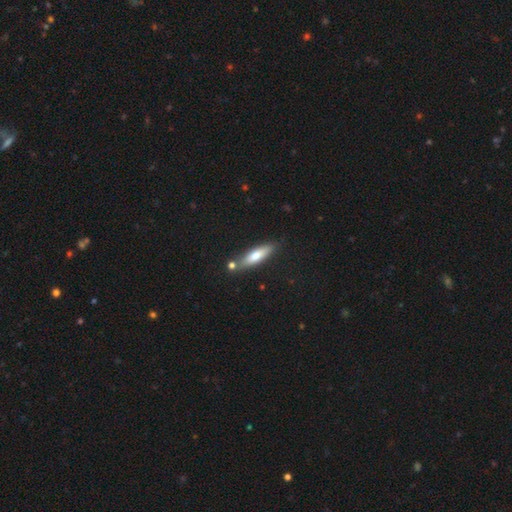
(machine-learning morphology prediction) This appears to be a smooth galaxy with no disk features (66%) that is cigar-shaped (68%). Merging: none (74%).